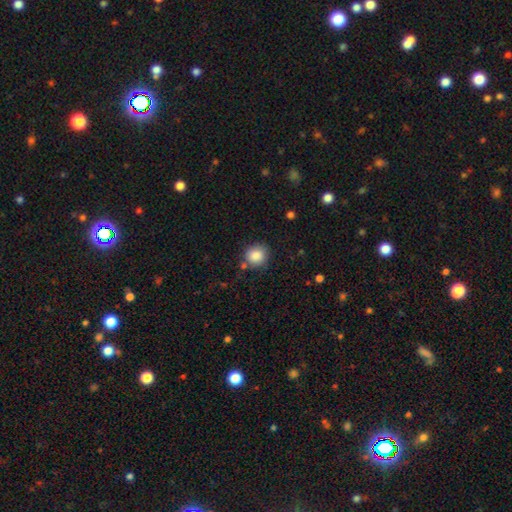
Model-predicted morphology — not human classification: Smooth or featured? Predicted: smooth (p=0.86). How rounded? Predicted: round (p=0.88). Merging? Predicted: none (p=0.80).